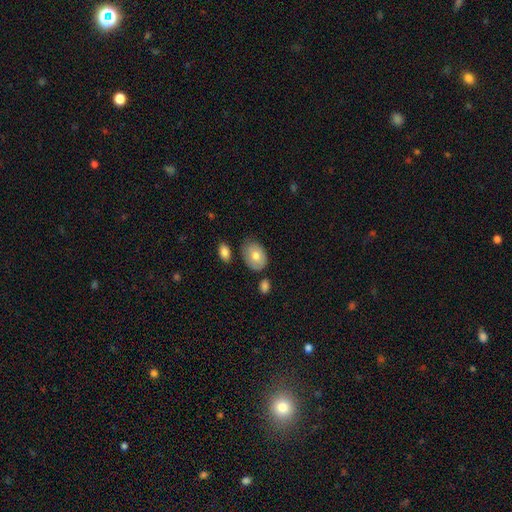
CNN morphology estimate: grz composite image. It shows a smooth galaxy with no disk features (74%) that is in between round and cigar-shaped (76%). Merging: none (65%).